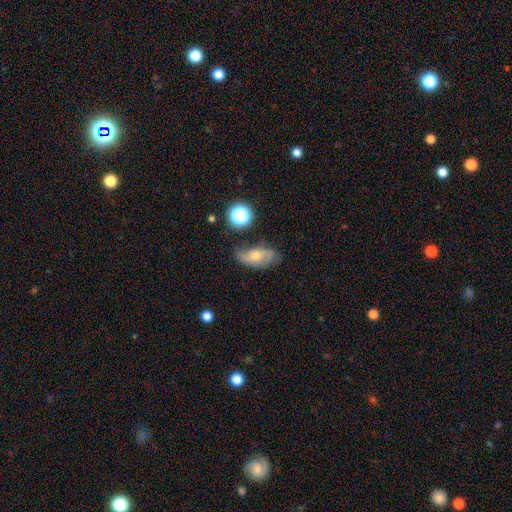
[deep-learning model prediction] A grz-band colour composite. It shows a featured or disk galaxy (51%). Merging: none (70%).